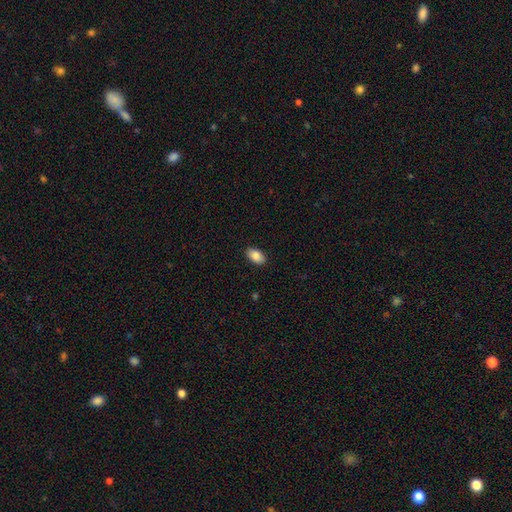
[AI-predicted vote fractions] Q: Smooth or featured?
A: smooth (86%); runner-up: featured or disk (7%)
Q: How rounded?
A: in between (93%); runner-up: round (5%)
Q: Merging?
A: none (89%); runner-up: minor disturbance (8%)